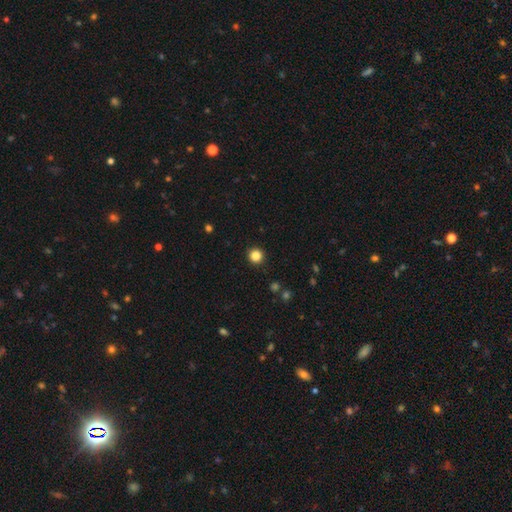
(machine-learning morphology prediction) Smooth or featured? Predicted: smooth (p=0.85). How rounded? Predicted: round (p=0.95). Merging? Predicted: none (p=0.92).